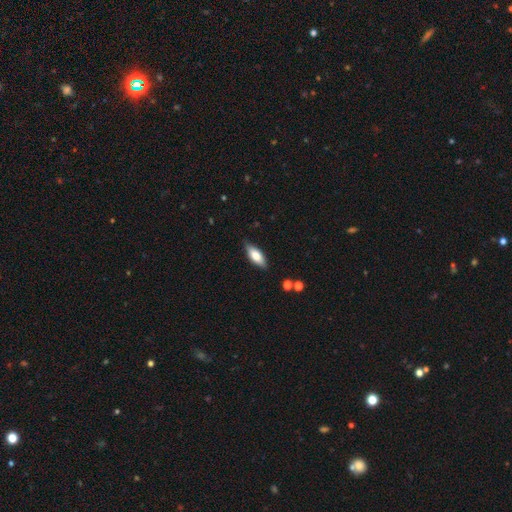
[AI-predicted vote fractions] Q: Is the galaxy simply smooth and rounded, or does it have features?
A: smooth — 73%.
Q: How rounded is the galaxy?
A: in between — 75%.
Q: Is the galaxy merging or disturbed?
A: none — 84%.